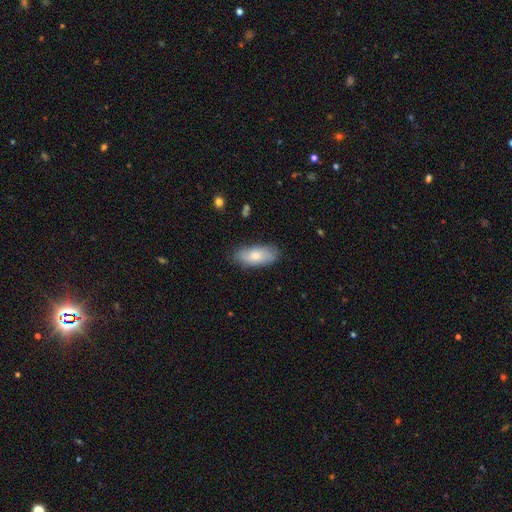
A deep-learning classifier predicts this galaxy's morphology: A smooth galaxy with no disk features (68%) that is in between round and cigar-shaped (87%). Merging: none (78%).